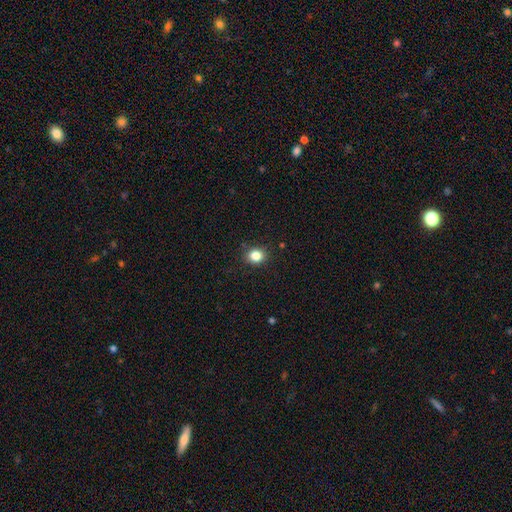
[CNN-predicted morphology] smooth_or_featured: smooth (p=0.84) [alt: star or artifact p=0.11]
how_rounded: round (p=0.70) [alt: in between p=0.29]
merging: none (p=0.87) [alt: minor disturbance p=0.09]